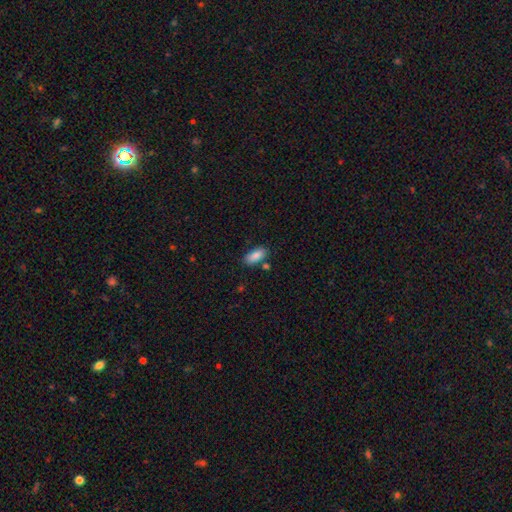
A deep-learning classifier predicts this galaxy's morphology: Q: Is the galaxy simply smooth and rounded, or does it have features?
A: smooth — 87%.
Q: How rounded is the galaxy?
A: in between — 89%.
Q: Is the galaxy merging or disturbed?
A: none — 77%.